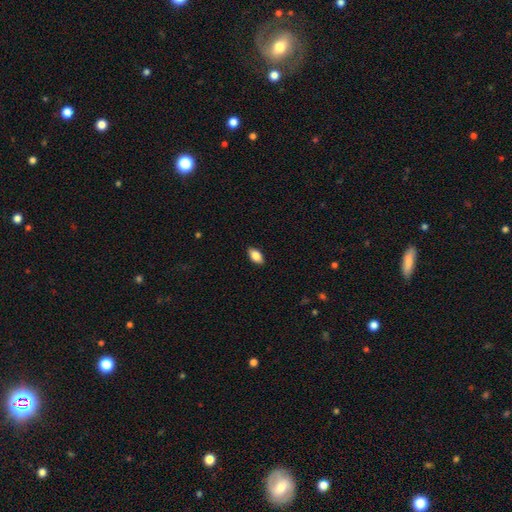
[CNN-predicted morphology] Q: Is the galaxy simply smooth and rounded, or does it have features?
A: smooth — 84%.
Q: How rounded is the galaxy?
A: in between — 91%.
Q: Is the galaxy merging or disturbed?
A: none — 89%.